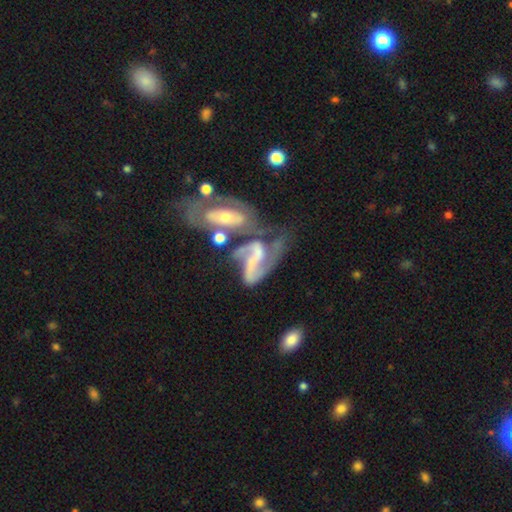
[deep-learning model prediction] Smooth or featured? Predicted: featured or disk (p=0.81). Edge-on disk? Predicted: no (p=0.95). Bar? Predicted: weak (p=0.36). Spiral arms? Predicted: yes (p=0.90). Spiral winding? Predicted: loose (p=0.50). Spiral arm count? Predicted: 2 (p=0.78). Bulge size? Predicted: small (p=0.42). Merging? Predicted: merger (p=0.44).